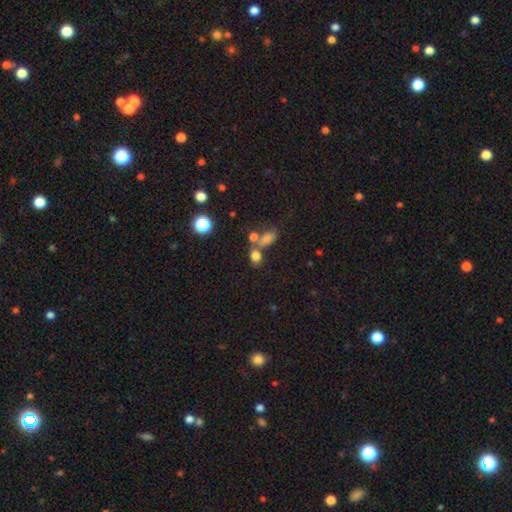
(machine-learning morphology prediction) Smooth or featured? smooth (74%)
How rounded? in between (66%)
Merging? none (43%)